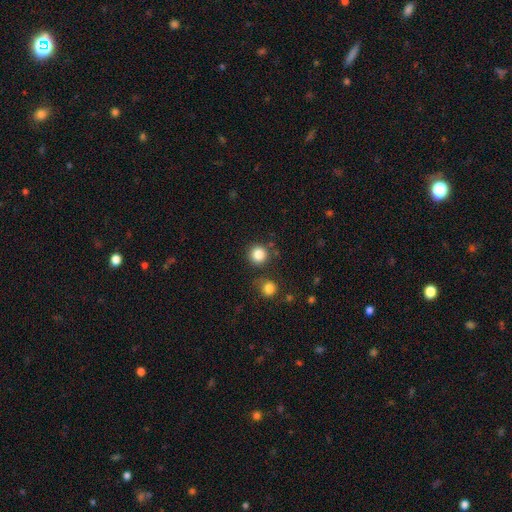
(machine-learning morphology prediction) Smooth or featured? Predicted: smooth (p=0.84). How rounded? Predicted: round (p=0.94). Merging? Predicted: none (p=0.83).